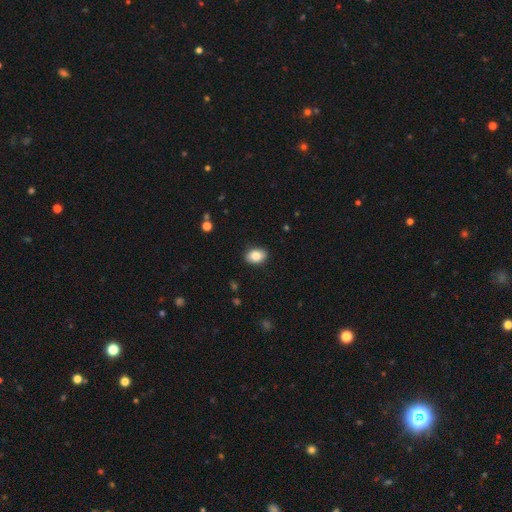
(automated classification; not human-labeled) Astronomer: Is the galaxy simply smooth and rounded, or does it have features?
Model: smooth — 85%.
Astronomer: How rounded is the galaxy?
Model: in between — 80%.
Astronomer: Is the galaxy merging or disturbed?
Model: none — 89%.